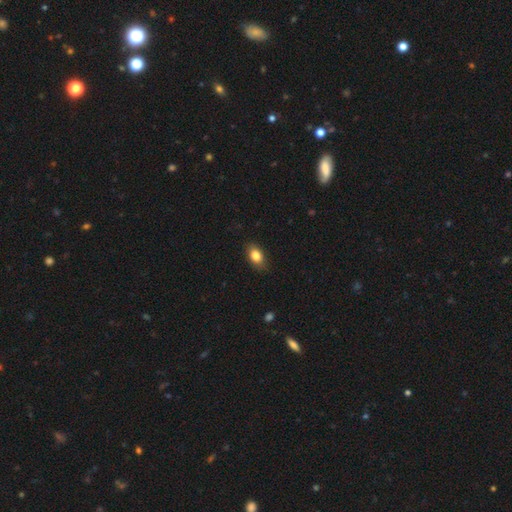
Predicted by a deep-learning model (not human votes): Smooth or featured?
  - smooth: 84% *
  - featured or disk: 8%
  - star or artifact: 8%
How rounded?
  - in between: 85% *
  - round: 12%
  - cigar-shaped: 2%
Merging?
  - none: 84% *
  - minor disturbance: 12%
  - major disturbance: 2%
  - merger: 1%